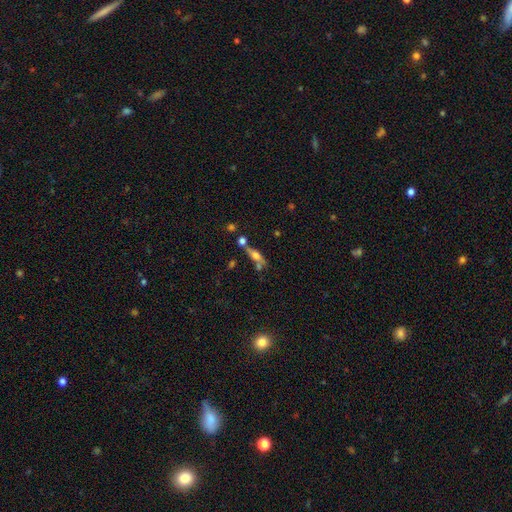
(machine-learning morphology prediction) The model was most divided on "smooth or featured": featured or disk: 49%, smooth: 40%, star or artifact: 11%. More confident: merging — none (53%).